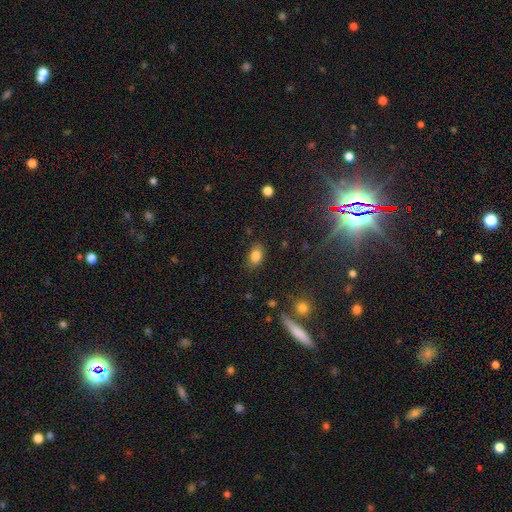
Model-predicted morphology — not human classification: This is clearly a smooth galaxy (83%). How rounded: clearly in between (83%). Merging: likely none (79%).